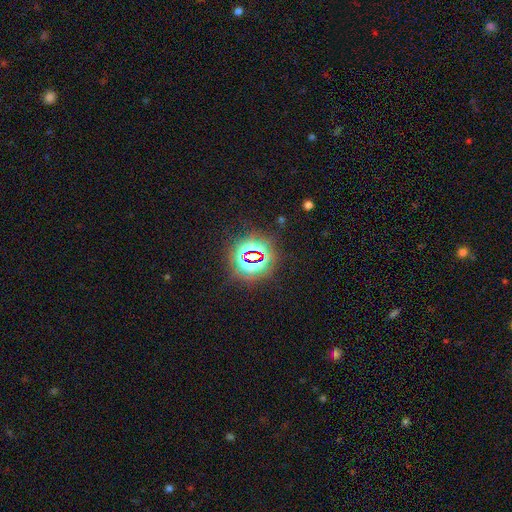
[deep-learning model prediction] Smooth or featured? Predicted: star or artifact (p=0.80).